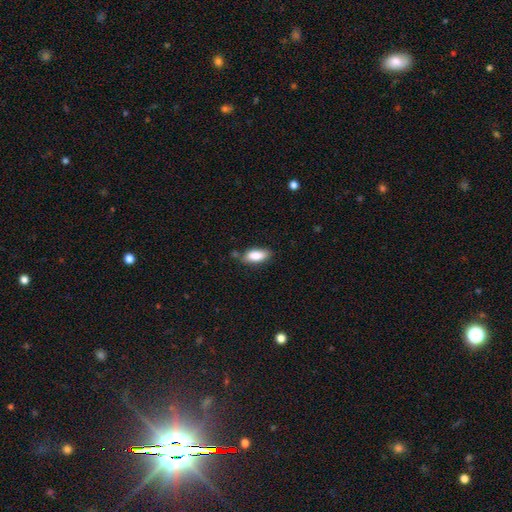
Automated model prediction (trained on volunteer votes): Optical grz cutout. It shows a smooth galaxy with no disk features (84%) that is in between round and cigar-shaped (83%). Merging: none (73%).